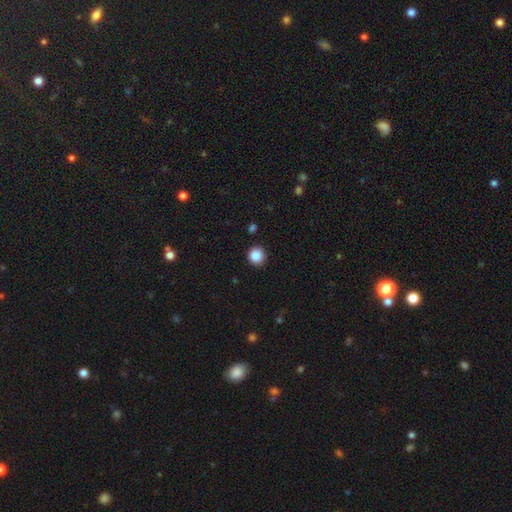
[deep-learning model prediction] Smooth or featured: smooth — 86% (star or artifact — 11%)
How rounded: round — 93% (in between — 6%)
Merging: none — 91% (minor disturbance — 5%)